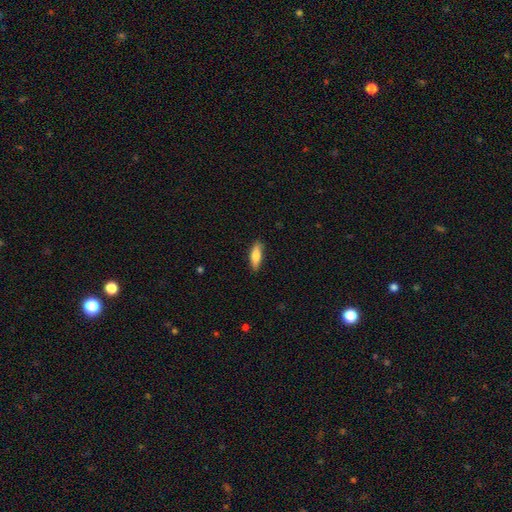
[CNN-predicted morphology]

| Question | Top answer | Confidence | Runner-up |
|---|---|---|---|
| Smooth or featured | smooth | 82% | featured or disk (13%) |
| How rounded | in between | 57% | cigar-shaped (41%) |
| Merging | none | 82% | minor disturbance (14%) |